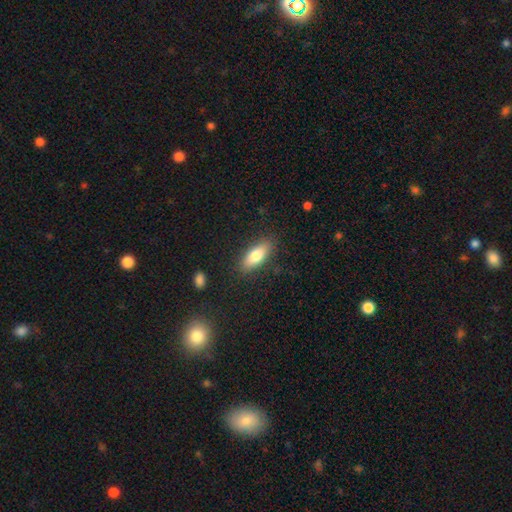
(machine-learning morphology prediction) A smooth galaxy with no disk features (75%) that is in between round and cigar-shaped (72%).

Vote fractions:
- Smooth or featured? smooth: 75% / featured or disk: 18% / star or artifact: 7%
- How rounded? in between: 72% / cigar-shaped: 26% / round: 3%
- Merging? none: 85% / minor disturbance: 11% / major disturbance: 3% / merger: 1%